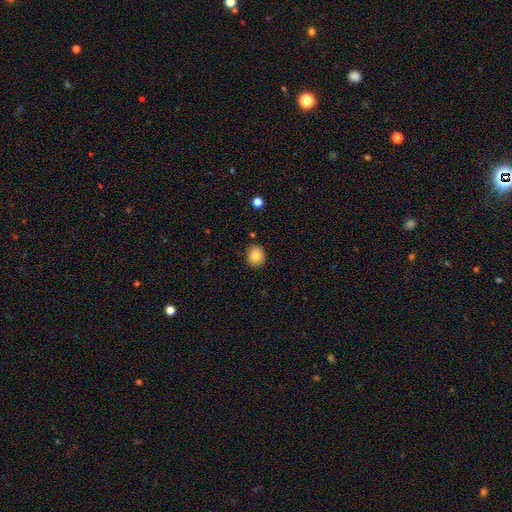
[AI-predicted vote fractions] smooth_or_featured: smooth (p=0.84) [alt: star or artifact p=0.09]
how_rounded: round (p=0.70) [alt: in between p=0.30]
merging: none (p=0.87) [alt: minor disturbance p=0.09]